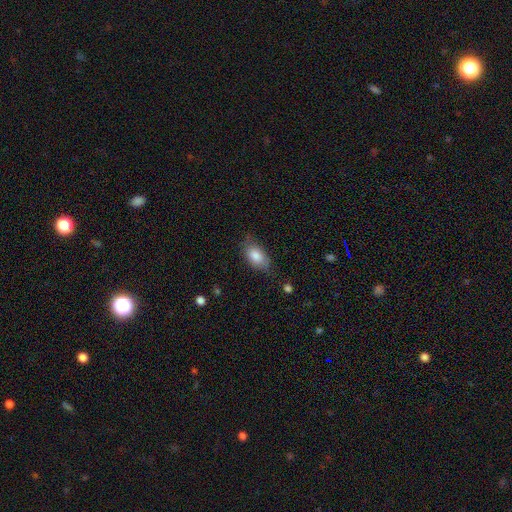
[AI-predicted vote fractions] This appears to be a smooth galaxy with no disk features (83%) that is in between round and cigar-shaped (91%). Merging: none (67%).